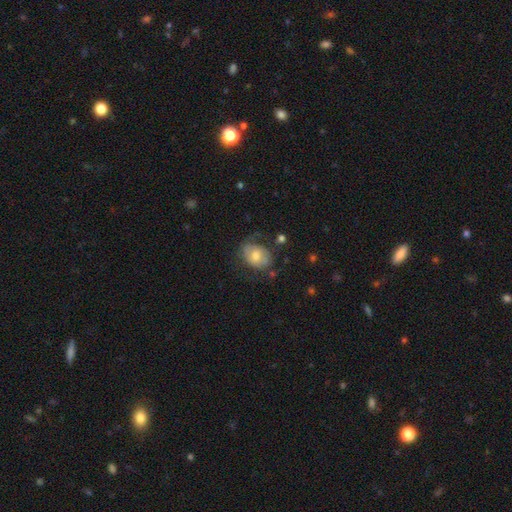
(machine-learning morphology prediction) Overall: smooth (49%; featured or disk 43%). Merging: none (53%; minor disturbance 27%).